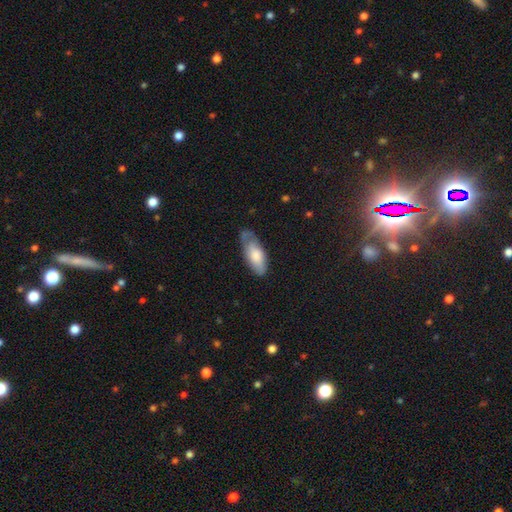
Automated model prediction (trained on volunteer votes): This is likely a smooth galaxy (70%). How rounded: clearly in between (80%). Merging: possibly none (53%).